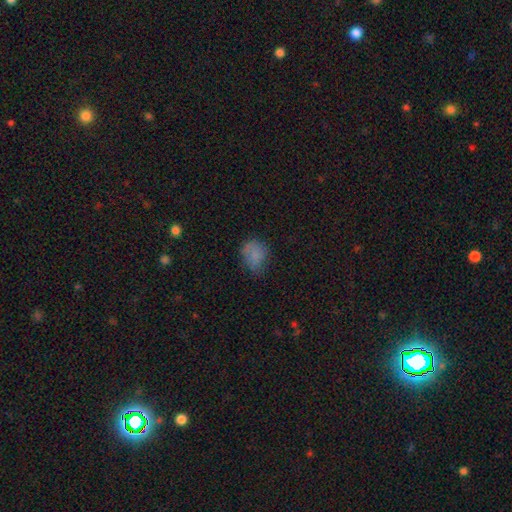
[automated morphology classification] This appears to be a smooth galaxy with no disk features (75%) that is round (50%). Merging: none (53%).